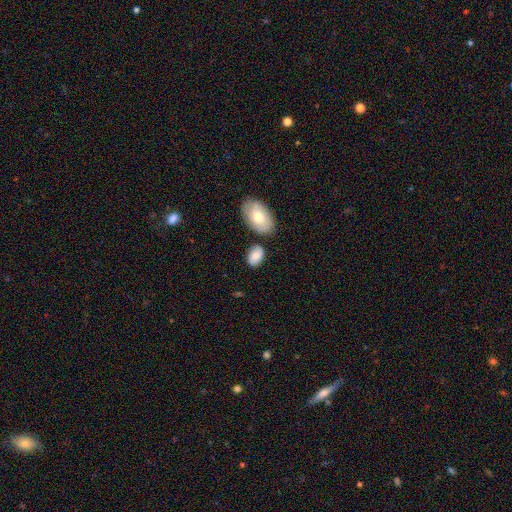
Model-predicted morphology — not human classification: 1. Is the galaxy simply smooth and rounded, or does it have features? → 80% smooth, 13% featured or disk, 7% star or artifact.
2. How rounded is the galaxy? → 88% in between, 11% round, 1% cigar-shaped.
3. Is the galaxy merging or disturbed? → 69% none, 17% minor disturbance, 11% merger, 4% major disturbance.